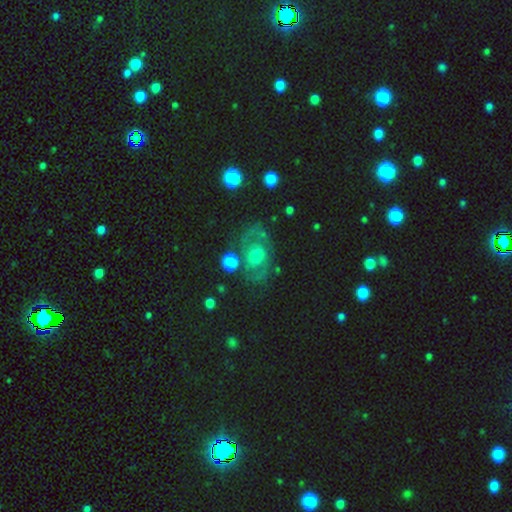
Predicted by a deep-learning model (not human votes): A featured or disk galaxy (68%) with no bar (71%), spiral arms (74%) and a moderate central bulge (56%).

Vote fractions:
- Smooth or featured? featured or disk: 68% / smooth: 22% / star or artifact: 10%
- Edge-on disk? no: 96% / yes: 4%
- Bar? no: 71% / weak: 24% / strong: 5%
- Spiral arms? yes: 74% / no: 26%
- Bulge size? moderate: 56% / small: 31% / large: 9% / none: 3% / dominant: 2%
- Merging? none: 62% / minor disturbance: 19% / major disturbance: 13% / merger: 6%